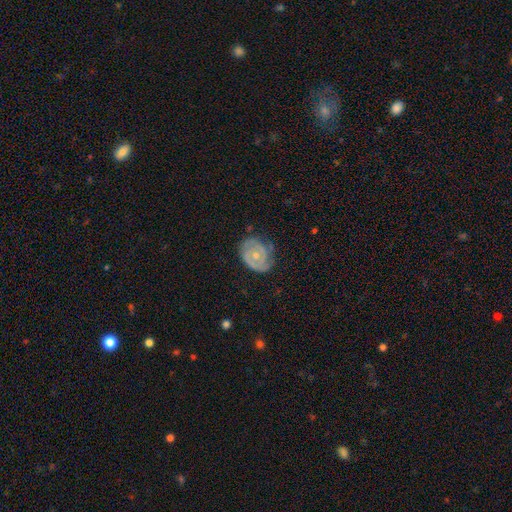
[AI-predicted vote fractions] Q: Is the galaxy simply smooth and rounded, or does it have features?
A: featured or disk — 77%.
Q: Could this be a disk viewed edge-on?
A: no — 97%.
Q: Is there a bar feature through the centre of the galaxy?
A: no — 75%.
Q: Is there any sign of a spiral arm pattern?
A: yes — 87%.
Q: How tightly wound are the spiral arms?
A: tight — 65%.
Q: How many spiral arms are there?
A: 2 — 58%.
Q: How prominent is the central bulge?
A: small — 50%.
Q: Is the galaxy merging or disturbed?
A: none — 67%.